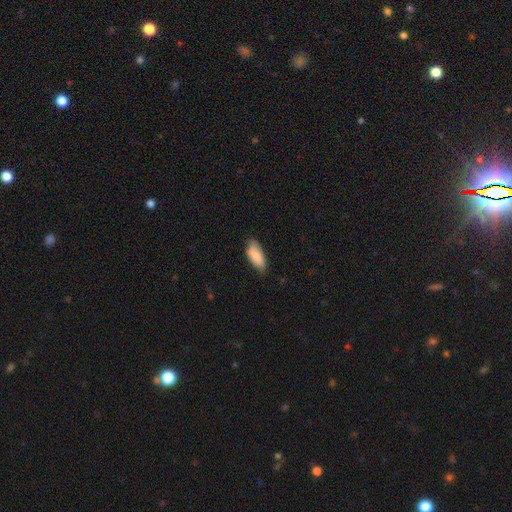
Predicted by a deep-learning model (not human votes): smooth-or-featured: smooth: 87% | featured or disk: 7% | star or artifact: 6%
  how-rounded: in between: 84% | cigar-shaped: 15% | round: 2%
  merging: none: 69% | minor disturbance: 26% | major disturbance: 4% | merger: 1%